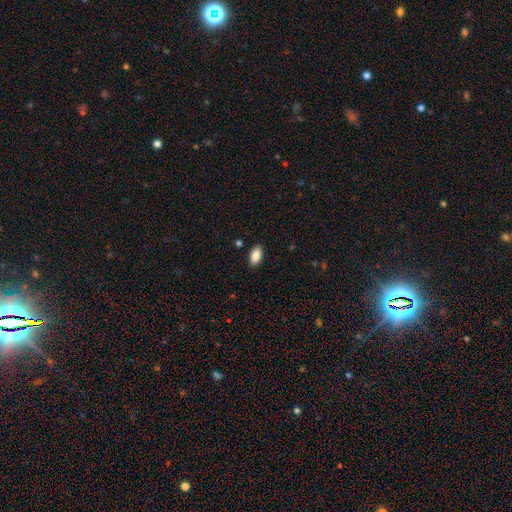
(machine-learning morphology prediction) A smooth galaxy with no disk features (88%) that is in between round and cigar-shaped (93%). Merging: none (88%).